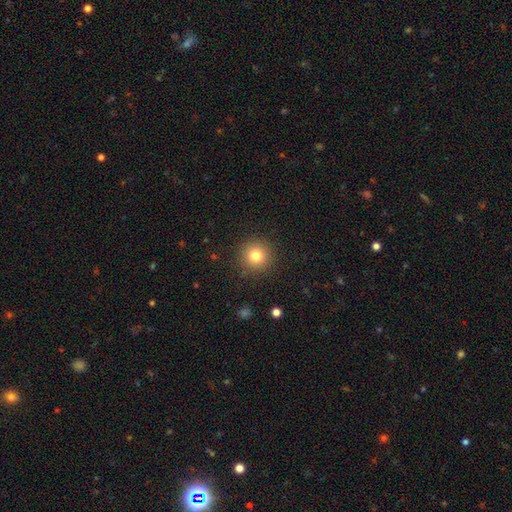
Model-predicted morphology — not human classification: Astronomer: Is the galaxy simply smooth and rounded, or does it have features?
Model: smooth — 80%.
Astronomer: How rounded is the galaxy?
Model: round — 95%.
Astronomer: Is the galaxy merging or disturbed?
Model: none — 90%.